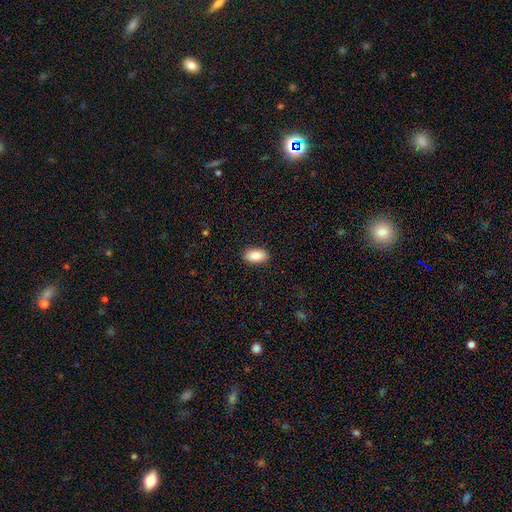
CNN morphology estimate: The model was most divided on "smooth or featured": smooth: 87%, star or artifact: 7%, featured or disk: 6%. More confident: how rounded — in between (94%); merging — none (90%).